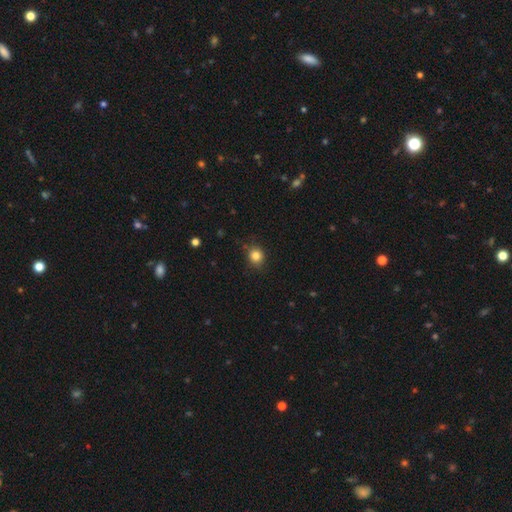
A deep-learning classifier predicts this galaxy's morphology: The model was most divided on "how rounded": round: 82%, in between: 17%, cigar-shaped: 1%. More confident: smooth or featured — smooth (84%); merging — none (82%).